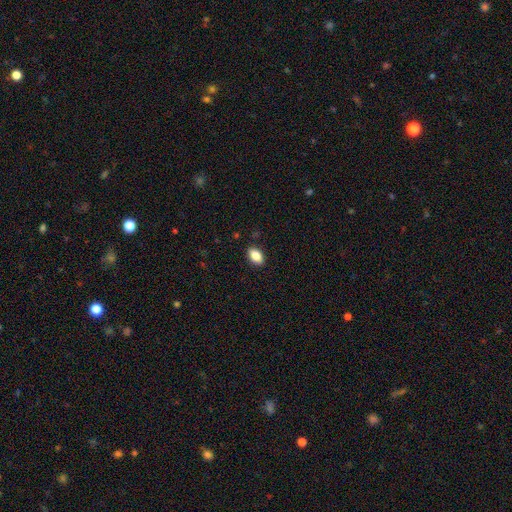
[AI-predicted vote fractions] A smooth galaxy with no disk features (86%) that is in between round and cigar-shaped (90%). Merging: none (89%).